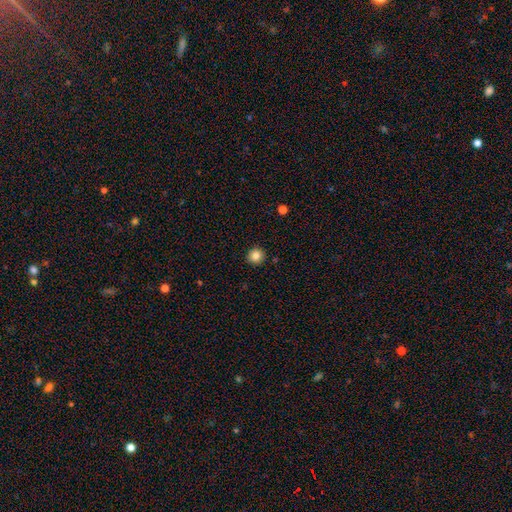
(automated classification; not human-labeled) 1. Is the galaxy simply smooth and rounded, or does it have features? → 84% smooth, 11% star or artifact, 5% featured or disk.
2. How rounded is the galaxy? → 94% round, 5% in between, 1% cigar-shaped.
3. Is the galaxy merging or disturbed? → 92% none, 5% minor disturbance, 2% major disturbance, 1% merger.